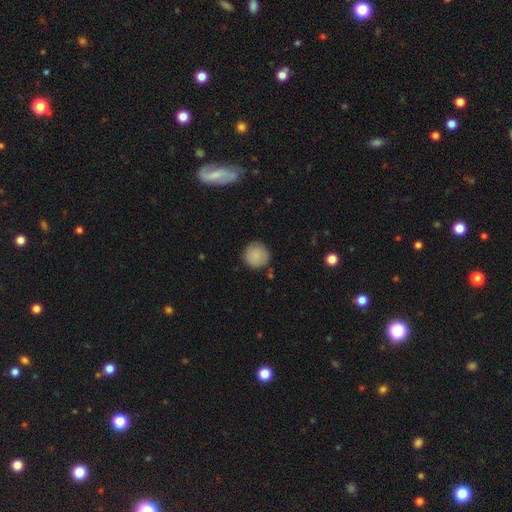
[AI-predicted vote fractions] This appears to be a smooth galaxy with no disk features (87%) that is round (94%). Merging: none (86%).